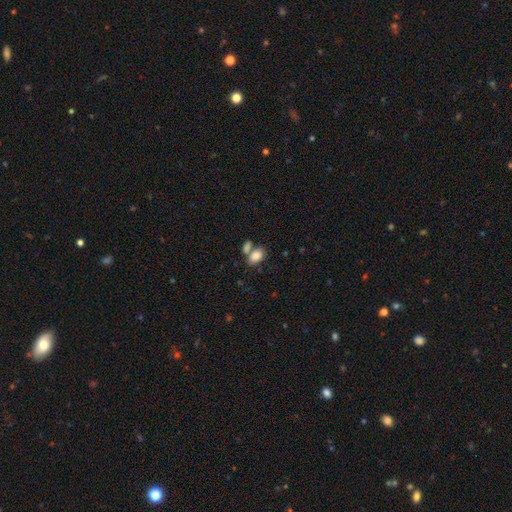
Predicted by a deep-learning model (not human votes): A smooth galaxy with no disk features (83%) that is in between round and cigar-shaped (88%).

Vote fractions:
- Smooth or featured? smooth: 83% / star or artifact: 9% / featured or disk: 9%
- How rounded? in between: 88% / round: 11% / cigar-shaped: 2%
- Merging? merger: 44% / none: 40% / minor disturbance: 11% / major disturbance: 5%